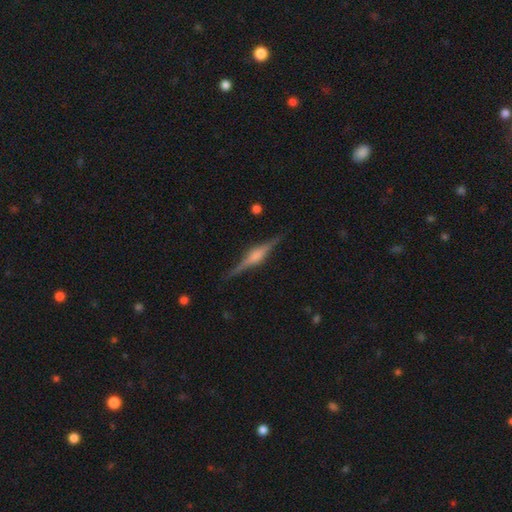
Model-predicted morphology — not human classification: type=featured or disk (81%); edge-on=yes (98%); edge-on bulge=rounded (75%); merging=none (88%).